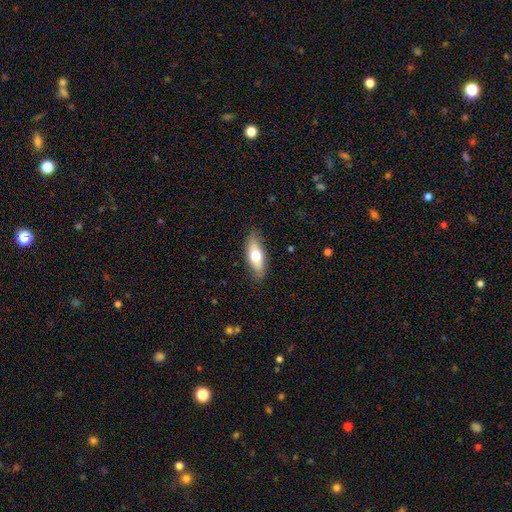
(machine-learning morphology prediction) type=smooth (62%); roundness=in between (65%); merging=none (83%).